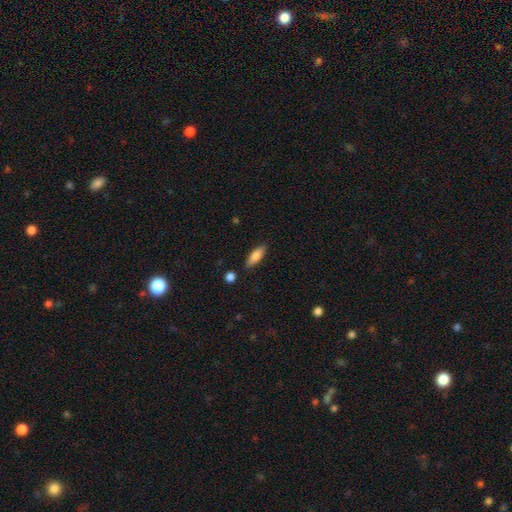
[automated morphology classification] Smooth or featured: smooth — 80% (featured or disk — 13%)
How rounded: in between — 64% (cigar-shaped — 34%)
Merging: none — 83% (minor disturbance — 12%)